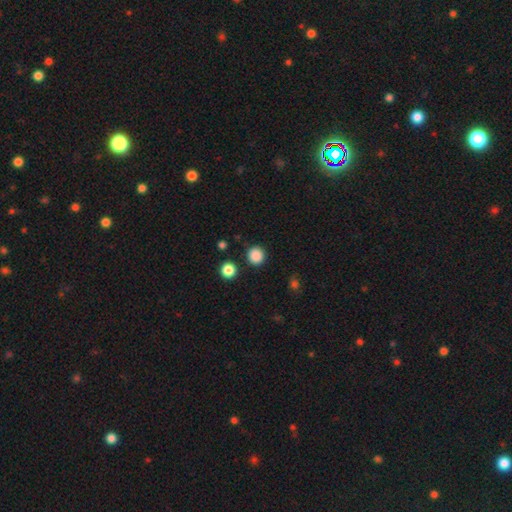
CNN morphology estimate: Smooth or featured?
  - smooth: 87% *
  - star or artifact: 11%
  - featured or disk: 3%
How rounded?
  - round: 93% *
  - in between: 6%
  - cigar-shaped: 1%
Merging?
  - none: 90% *
  - minor disturbance: 6%
  - merger: 2%
  - major disturbance: 2%